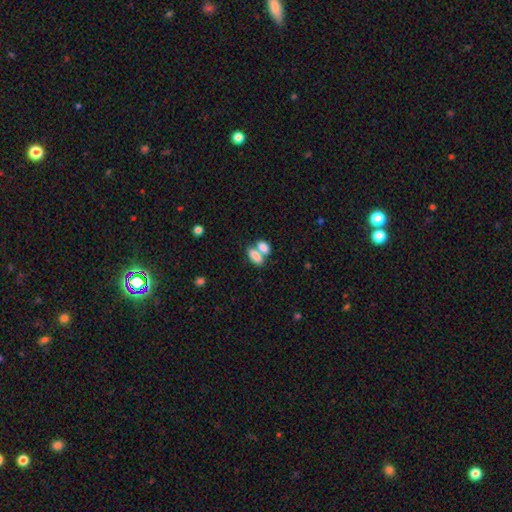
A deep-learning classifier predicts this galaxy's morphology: A smooth galaxy with no disk features (82%) that is in between round and cigar-shaped (89%). Merging: merger (59%).